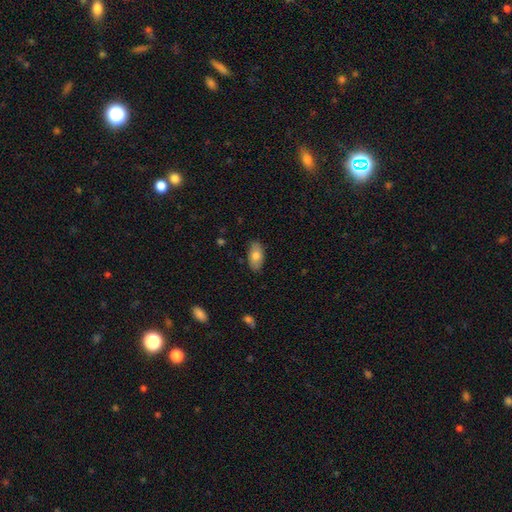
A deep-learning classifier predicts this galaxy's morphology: Smooth or featured?
  - smooth: 76% *
  - featured or disk: 18%
  - star or artifact: 7%
How rounded?
  - in between: 93% *
  - cigar-shaped: 4%
  - round: 3%
Merging?
  - none: 86% *
  - minor disturbance: 11%
  - major disturbance: 2%
  - merger: 1%